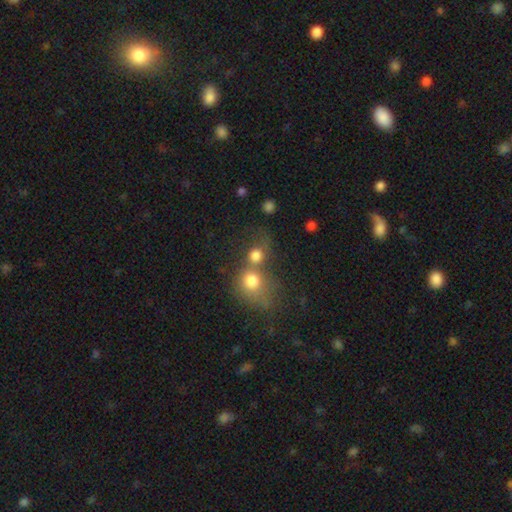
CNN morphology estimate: Smooth or featured?
  - smooth: 76% *
  - star or artifact: 12%
  - featured or disk: 11%
How rounded?
  - round: 79% *
  - in between: 20%
  - cigar-shaped: 1%
Merging?
  - merger: 56% *
  - none: 29%
  - minor disturbance: 8%
  - major disturbance: 8%